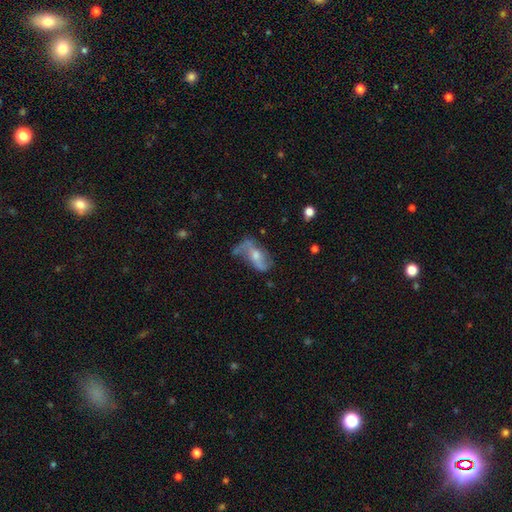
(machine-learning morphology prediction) smooth-or-featured: featured or disk: 72% | smooth: 19% | star or artifact: 9%
  disk-edge-on: no: 92% | yes: 8%
    bar: no: 52% | weak: 34% | strong: 14%
    has-spiral-arms: yes: 84% | no: 16%
      spiral-winding: loose: 71% | medium: 21% | tight: 8%
      spiral-arm-count: 2: 78% | 1: 10% | can't tell: 8% | 3: 2% | 4: 1% | more than 4: 1%
    bulge-size: moderate: 50% | small: 40% | none: 5% | large: 4% | dominant: 1%
  merging: none: 48% | minor disturbance: 25% | major disturbance: 22% | merger: 4%